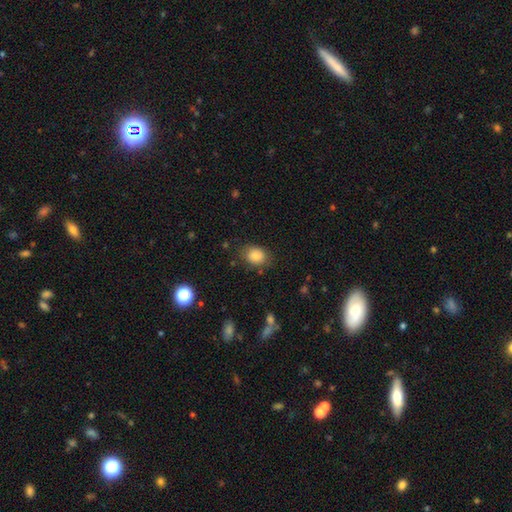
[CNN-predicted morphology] Smooth or featured? smooth (84%)
How rounded? in between (52%)
Merging? none (77%)